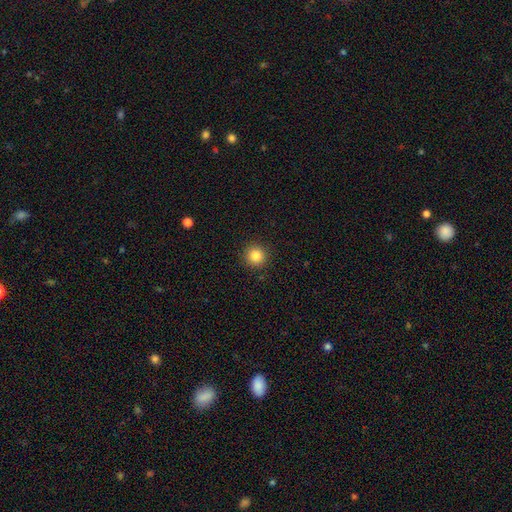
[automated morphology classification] smooth-or-featured: smooth: 84% | star or artifact: 11% | featured or disk: 5%
  how-rounded: round: 94% | in between: 5% | cigar-shaped: 1%
  merging: none: 92% | minor disturbance: 5% | major disturbance: 2% | merger: 1%